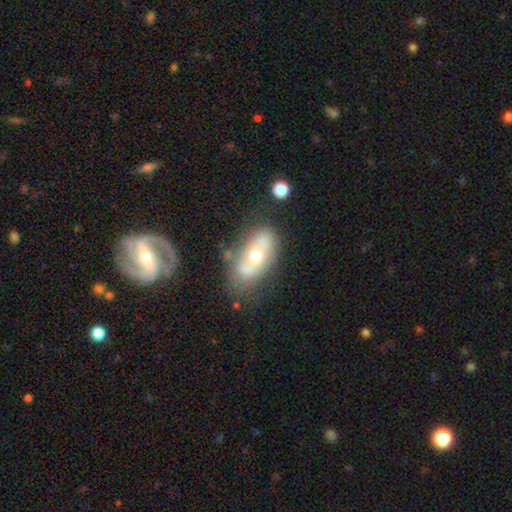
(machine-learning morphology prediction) Smooth or featured? Predicted: featured or disk (p=0.56). Edge-on disk? Predicted: no (p=0.87). Merging? Predicted: none (p=0.61).